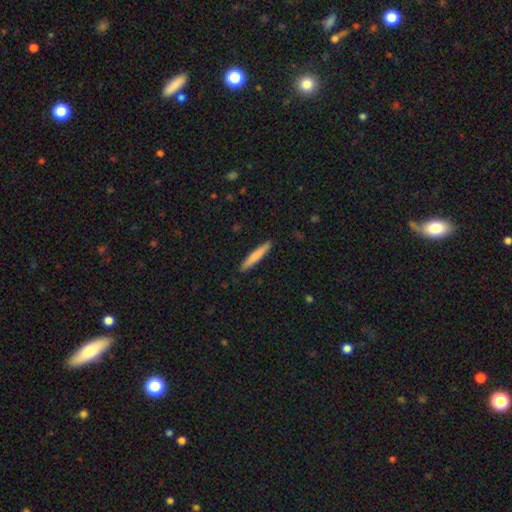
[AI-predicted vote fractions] Smooth or featured: smooth — 79% (featured or disk — 16%)
How rounded: cigar-shaped — 94% (in between — 5%)
Merging: none — 90% (minor disturbance — 7%)